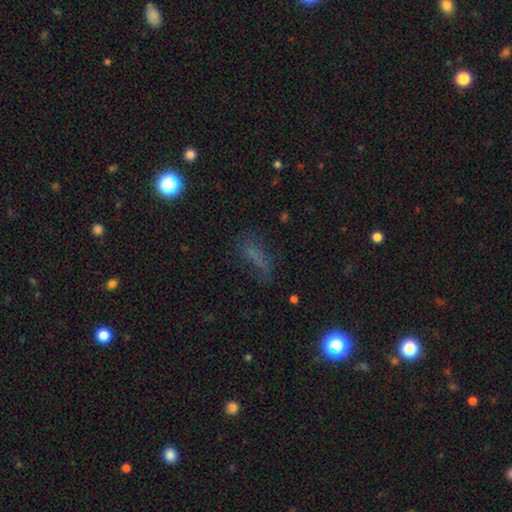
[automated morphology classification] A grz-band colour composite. It shows a smooth galaxy with no disk features (52%) that is in between round and cigar-shaped (48%). Merging: none (50%).